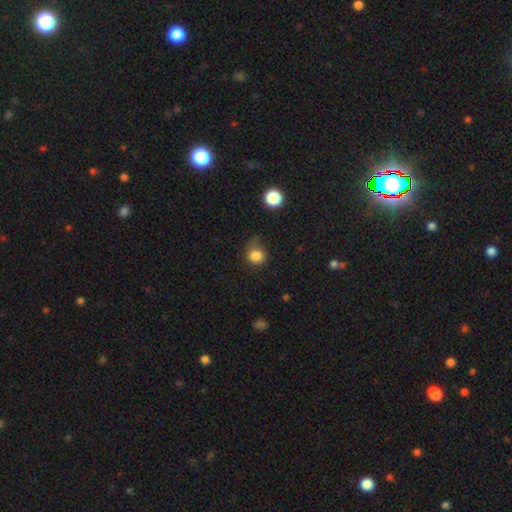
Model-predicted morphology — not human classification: Smooth or featured? smooth (84%)
How rounded? round (79%)
Merging? none (47%)